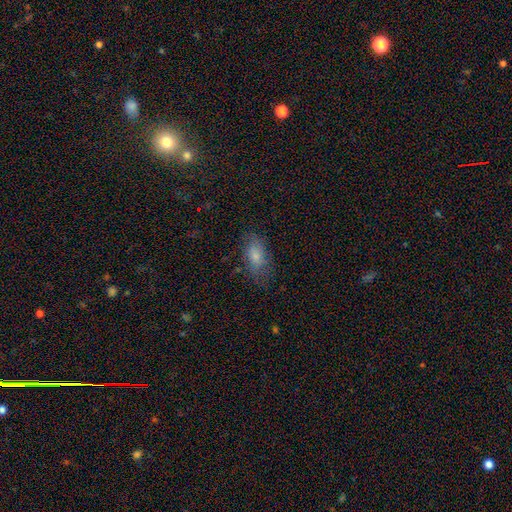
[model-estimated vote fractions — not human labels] Morphology: type=smooth (73%); roundness=in between (88%); merging=none (66%).